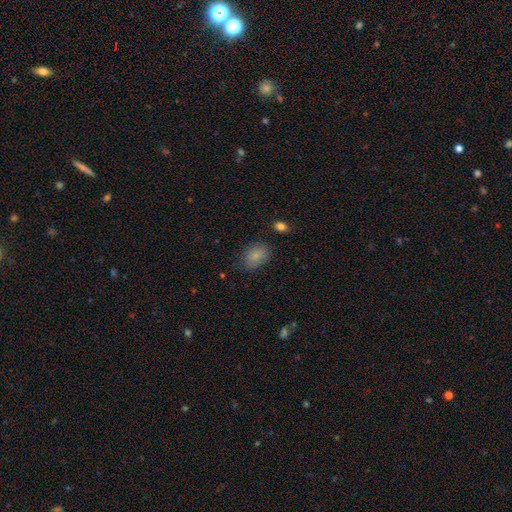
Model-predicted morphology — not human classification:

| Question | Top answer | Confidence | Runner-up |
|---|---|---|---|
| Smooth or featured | smooth | 85% | star or artifact (9%) |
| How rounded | in between | 82% | round (17%) |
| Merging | none | 78% | minor disturbance (16%) |